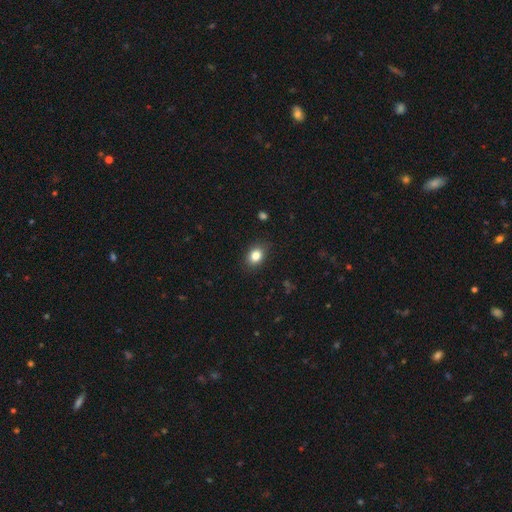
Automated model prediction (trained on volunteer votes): This appears to be a smooth galaxy with no disk features (83%) that is in between round and cigar-shaped (67%). Merging: none (85%).